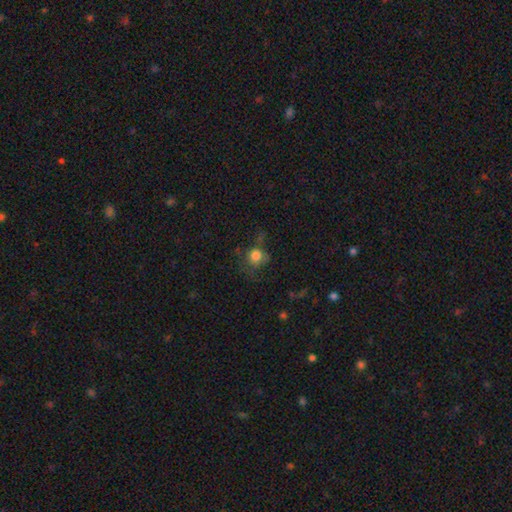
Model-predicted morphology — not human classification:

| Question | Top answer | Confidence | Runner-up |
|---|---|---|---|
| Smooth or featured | smooth | 77% | star or artifact (13%) |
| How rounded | round | 82% | in between (17%) |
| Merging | none | 52% | minor disturbance (24%) |